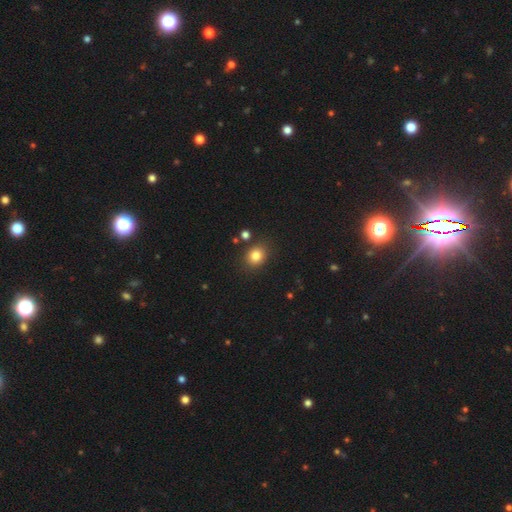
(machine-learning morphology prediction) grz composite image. It shows a smooth galaxy with no disk features (82%) that is round (63%). Merging: none (83%).